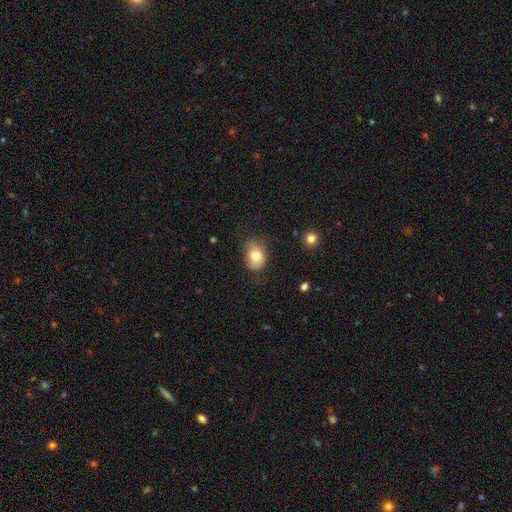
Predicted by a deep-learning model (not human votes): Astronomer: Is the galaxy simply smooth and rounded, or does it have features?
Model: smooth — 78%.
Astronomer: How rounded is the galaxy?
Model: in between — 67%.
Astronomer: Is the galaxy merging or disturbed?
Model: none — 67%.